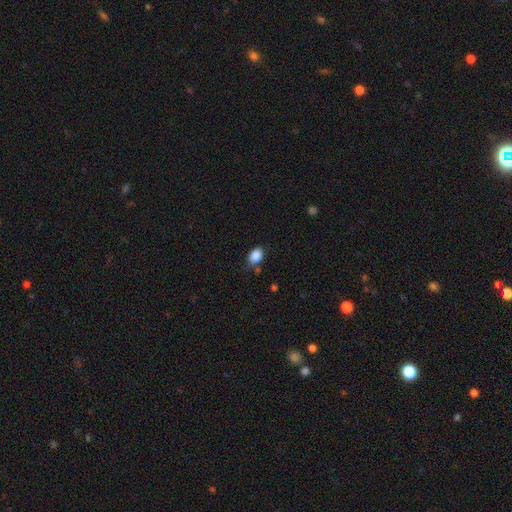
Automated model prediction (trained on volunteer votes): This is clearly a smooth galaxy (87%). How rounded: likely in between (76%). Merging: likely none (65%).